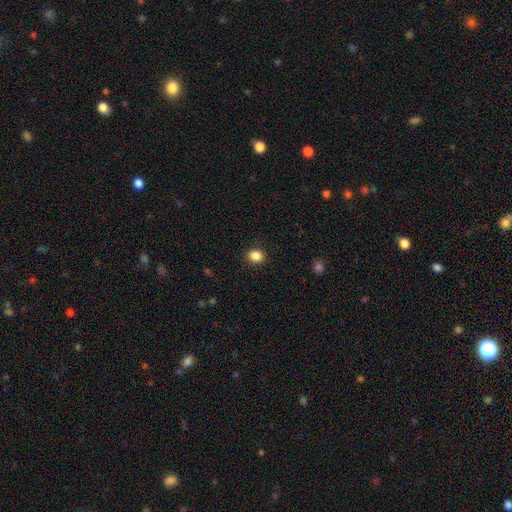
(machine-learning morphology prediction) Overall: smooth (87%). How rounded: round (56%; in between 43%). Merging: none (89%).